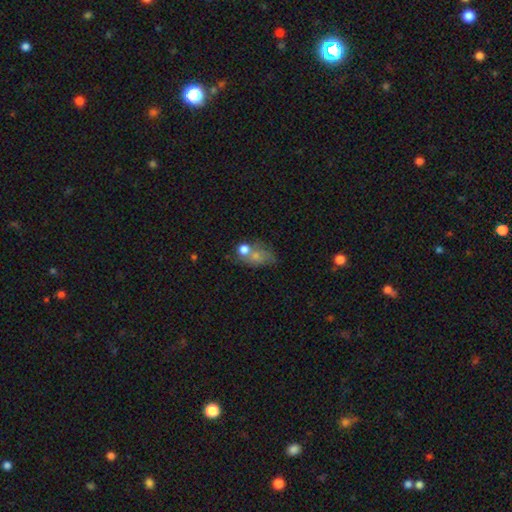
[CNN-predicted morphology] A smooth galaxy with no disk features (53%) that is in between round and cigar-shaped (64%).

Vote fractions:
- Smooth or featured? smooth: 53% / featured or disk: 25% / star or artifact: 21%
- How rounded? in between: 64% / round: 32% / cigar-shaped: 4%
- Merging? none: 41% / merger: 28% / minor disturbance: 18% / major disturbance: 13%